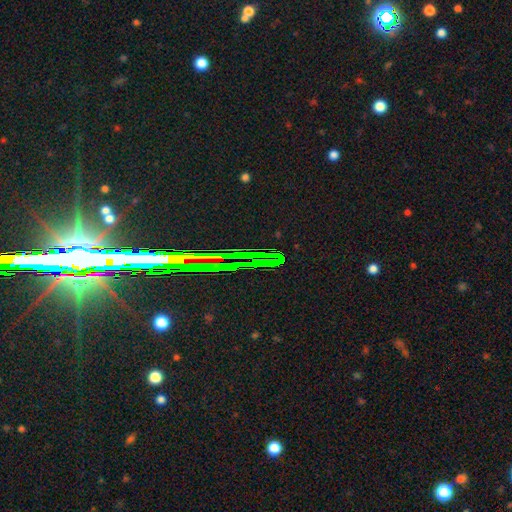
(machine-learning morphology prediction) This is likely a star or artifact rather than a galaxy (76%).